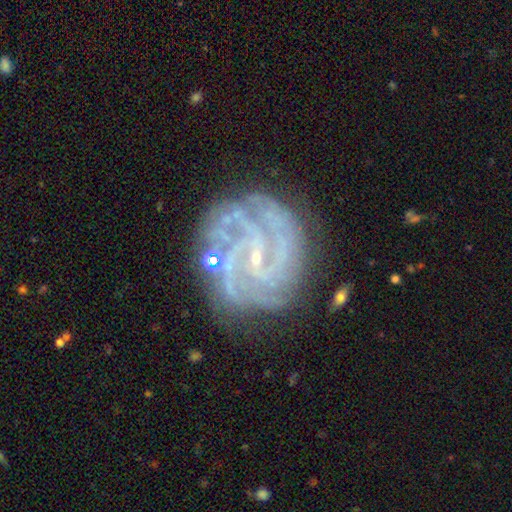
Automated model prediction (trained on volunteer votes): Smooth or featured: featured or disk — 89% (star or artifact — 7%)
Edge-on disk: no — 98% (yes — 2%)
Bar: weak — 41% (tied with no — 41%)
Spiral arms: yes — 98% (no — 2%)
Spiral winding: tight — 66% (medium — 29%)
Spiral arm count: 4 — 30% (3 — 22%)
Bulge size: small — 84% (moderate — 8%)
Merging: none — 75% (minor disturbance — 16%)